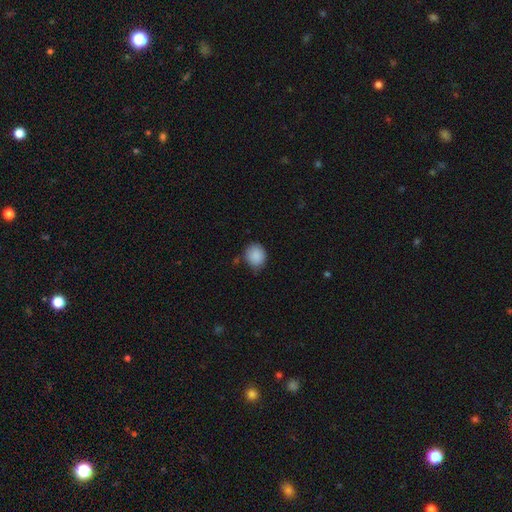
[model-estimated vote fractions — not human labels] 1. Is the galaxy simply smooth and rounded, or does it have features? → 89% smooth, 8% star or artifact, 4% featured or disk.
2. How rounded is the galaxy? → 68% round, 31% in between, 1% cigar-shaped.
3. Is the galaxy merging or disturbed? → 73% none, 21% minor disturbance, 4% major disturbance, 3% merger.